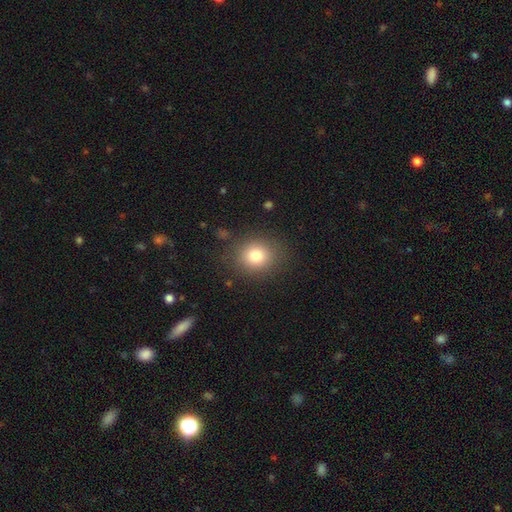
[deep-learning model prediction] Smooth or featured? Predicted: smooth (p=0.79). How rounded? Predicted: round (p=0.78). Merging? Predicted: none (p=0.84).